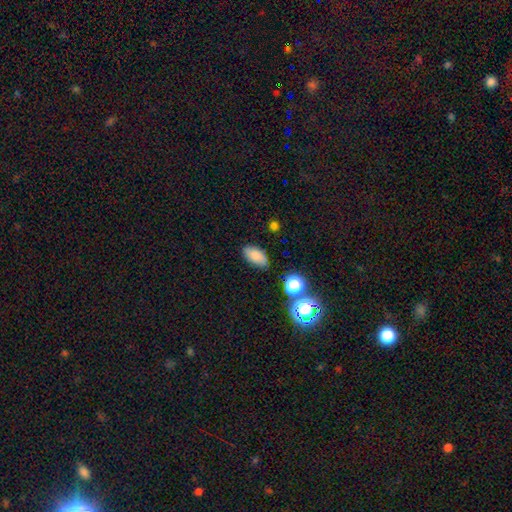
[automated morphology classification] Smooth or featured? smooth (81%)
How rounded? in between (91%)
Merging? none (83%)